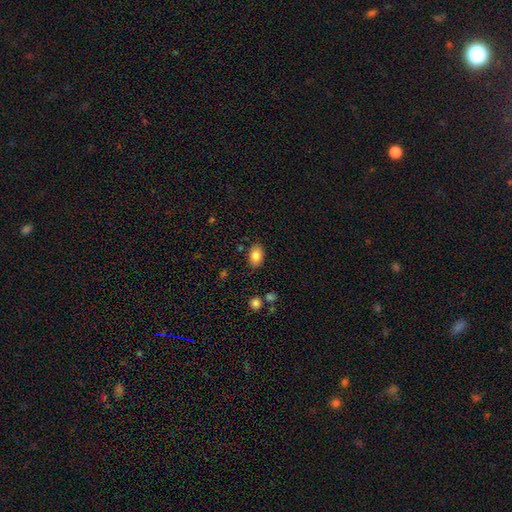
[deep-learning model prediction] Smooth or featured? Predicted: smooth (p=0.84). How rounded? Predicted: in between (p=0.85). Merging? Predicted: none (p=0.82).